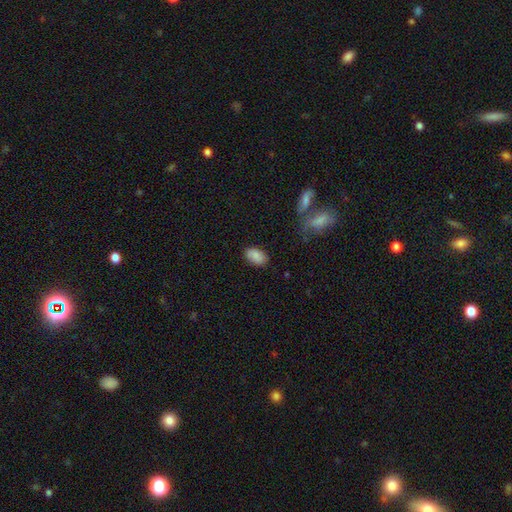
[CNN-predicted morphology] Smooth or featured? Predicted: smooth (p=0.85). How rounded? Predicted: in between (p=0.91). Merging? Predicted: none (p=0.81).